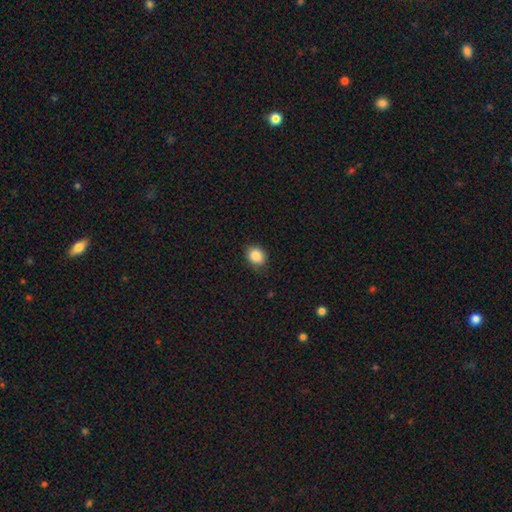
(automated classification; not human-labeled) Q: Smooth or featured?
A: smooth (87%); runner-up: star or artifact (9%)
Q: How rounded?
A: round (56%); runner-up: in between (43%)
Q: Merging?
A: none (84%); runner-up: minor disturbance (13%)